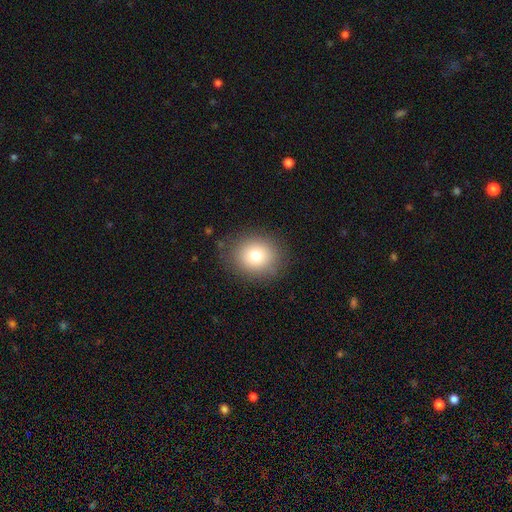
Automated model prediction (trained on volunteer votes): The model was most divided on "how rounded": round: 75%, in between: 25%, cigar-shaped: 1%. More confident: merging — none (85%); smooth or featured — smooth (77%).